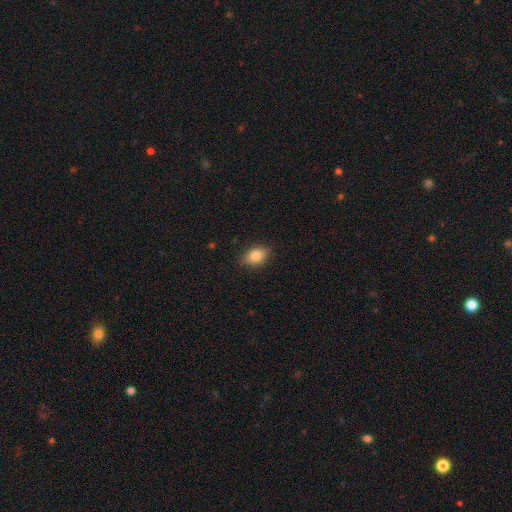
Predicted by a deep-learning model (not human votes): smooth-or-featured: smooth: 82% | featured or disk: 9% | star or artifact: 9%
  how-rounded: in between: 78% | round: 20% | cigar-shaped: 2%
  merging: none: 85% | minor disturbance: 12% | major disturbance: 2% | merger: 1%